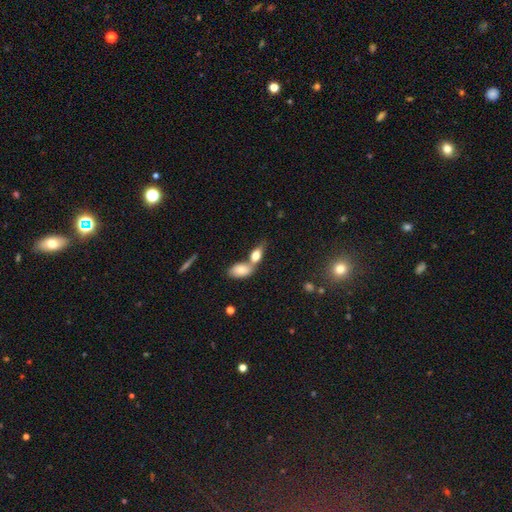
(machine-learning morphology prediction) This is likely a smooth galaxy (74%). How rounded: clearly in between (82%). Merging: possibly merger (51%).